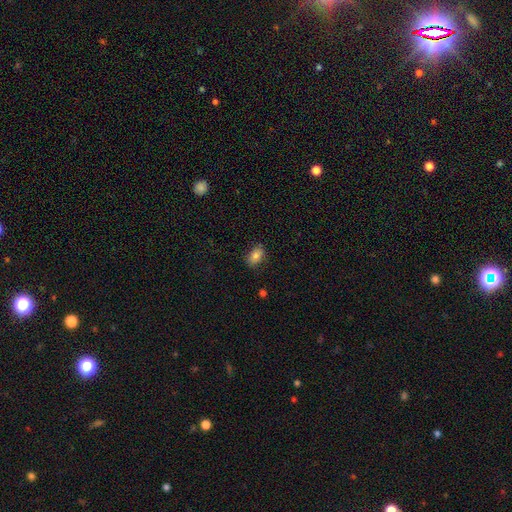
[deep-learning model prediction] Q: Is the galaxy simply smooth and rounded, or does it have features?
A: smooth — 80%.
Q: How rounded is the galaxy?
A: in between — 87%.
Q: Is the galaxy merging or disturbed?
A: none — 82%.